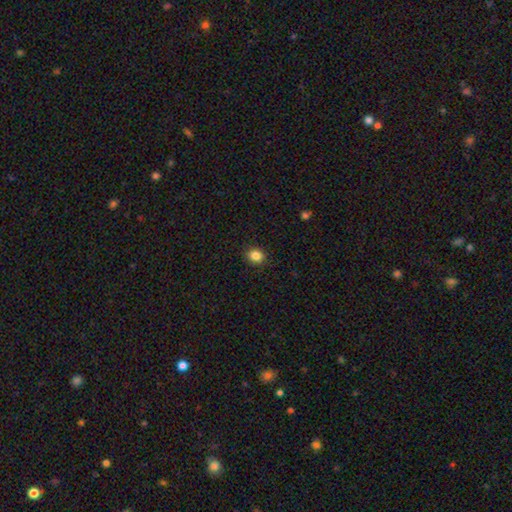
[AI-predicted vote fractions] Smooth or featured? Predicted: smooth (p=0.86). How rounded? Predicted: round (p=0.63). Merging? Predicted: none (p=0.90).